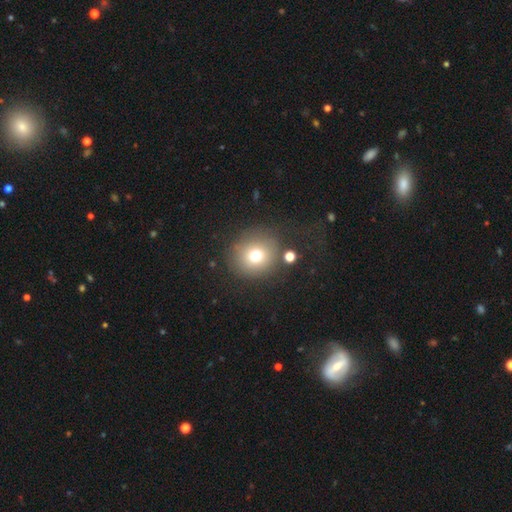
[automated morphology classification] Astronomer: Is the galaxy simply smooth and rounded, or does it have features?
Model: smooth — 72%.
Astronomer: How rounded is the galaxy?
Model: round — 89%.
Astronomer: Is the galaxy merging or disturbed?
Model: none — 78%.